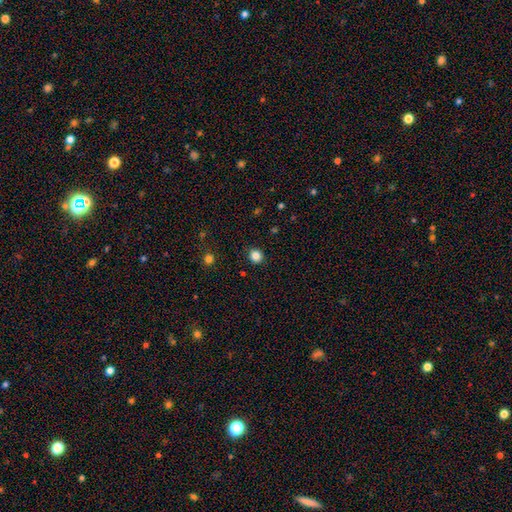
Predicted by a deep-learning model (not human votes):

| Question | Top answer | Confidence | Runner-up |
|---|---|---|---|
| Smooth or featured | smooth | 84% | star or artifact (12%) |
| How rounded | round | 88% | in between (11%) |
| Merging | none | 91% | minor disturbance (6%) |